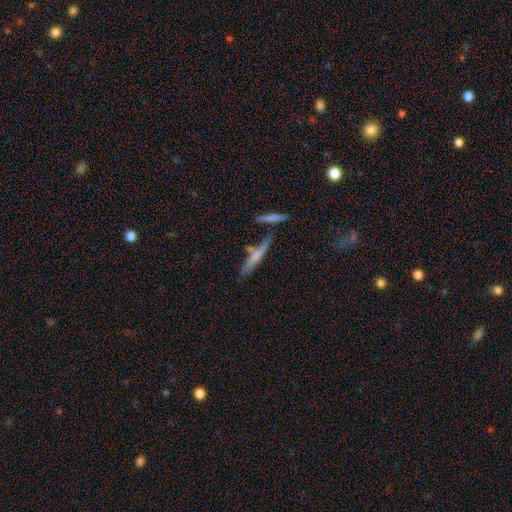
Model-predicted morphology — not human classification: Q: Smooth or featured?
A: smooth (52%); runner-up: featured or disk (39%)
Q: How rounded?
A: cigar-shaped (88%); runner-up: in between (10%)
Q: Merging?
A: none (58%); runner-up: merger (20%)